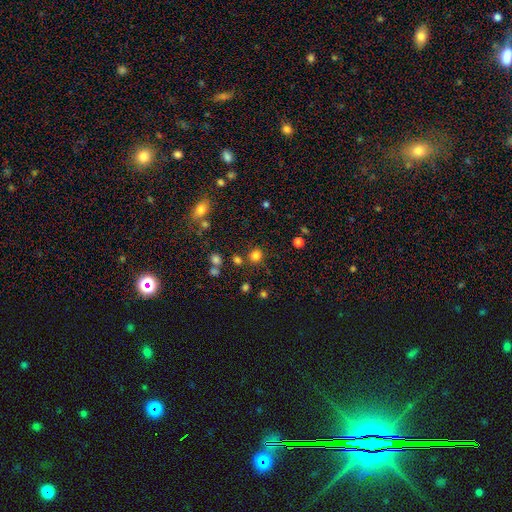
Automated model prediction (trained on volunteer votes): smooth 79%, star or artifact 17%, featured or disk 5%. Down the decision tree: how rounded — round (89%); merging — none (81%).